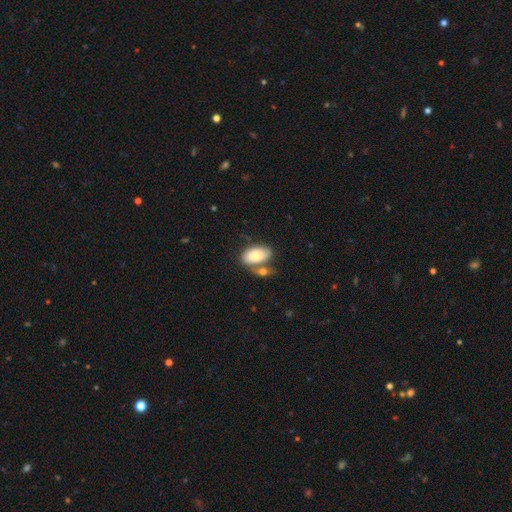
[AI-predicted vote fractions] smooth-or-featured: smooth: 76% | featured or disk: 18% | star or artifact: 6%
  how-rounded: in between: 93% | round: 5% | cigar-shaped: 2%
  merging: none: 43% | merger: 36% | minor disturbance: 15% | major disturbance: 7%